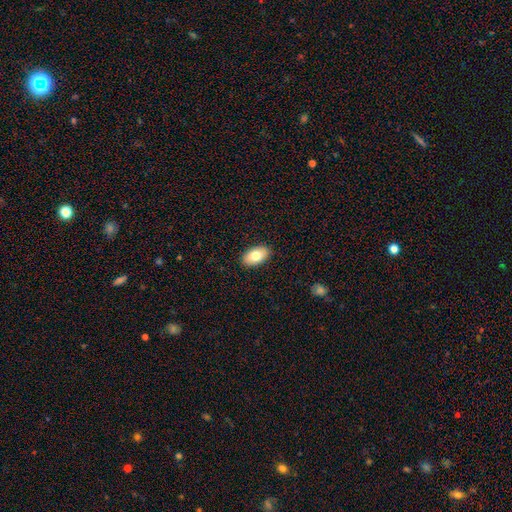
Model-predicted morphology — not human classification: This is likely a smooth galaxy (78%). How rounded: clearly in between (94%). Merging: clearly none (90%).